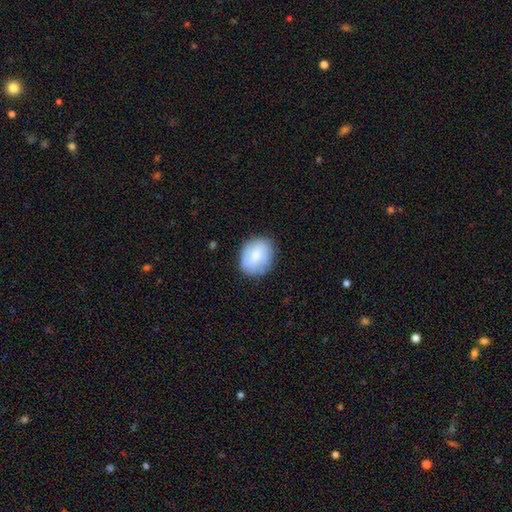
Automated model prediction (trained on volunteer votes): Smooth or featured? Predicted: smooth (p=0.79). How rounded? Predicted: round (p=0.50). Merging? Predicted: none (p=0.78).